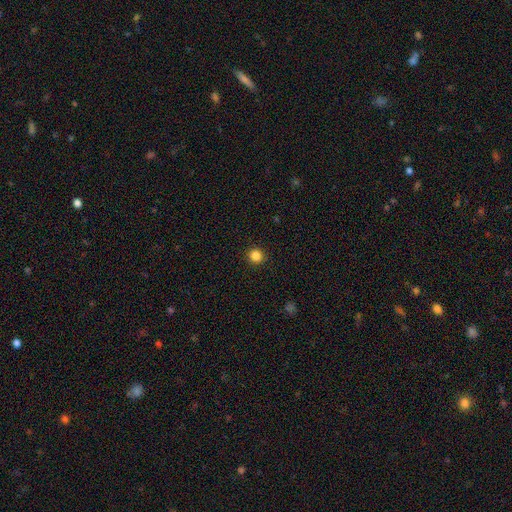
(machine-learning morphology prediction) Q: Smooth or featured?
A: smooth (85%); runner-up: star or artifact (12%)
Q: How rounded?
A: round (94%); runner-up: in between (5%)
Q: Merging?
A: none (93%); runner-up: minor disturbance (5%)